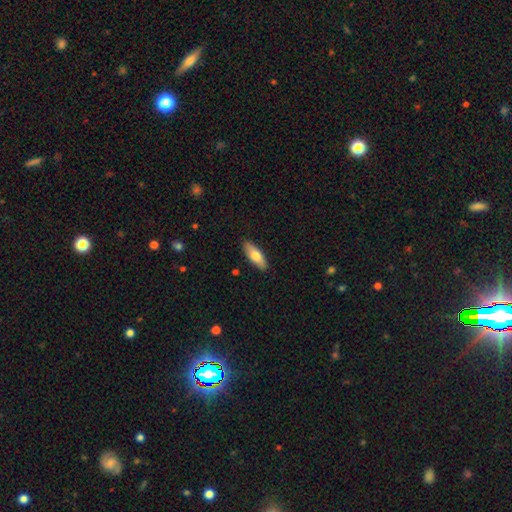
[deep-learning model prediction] smooth 71%, featured or disk 23%, star or artifact 5%. Down the decision tree: how rounded — in between (63%); merging — none (89%).